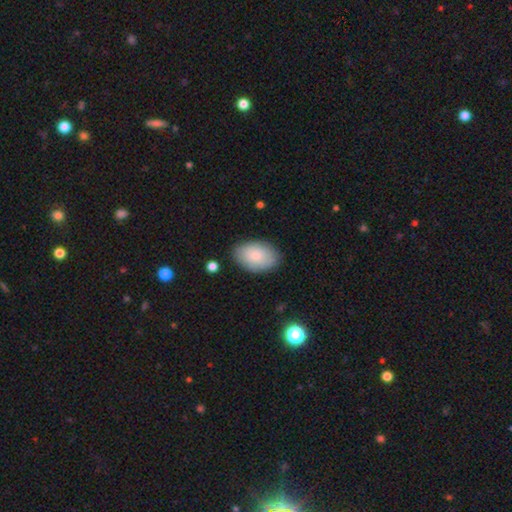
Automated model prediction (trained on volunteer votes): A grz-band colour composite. It shows a smooth galaxy with no disk features (84%) that is in between round and cigar-shaped (92%). Merging: none (83%).